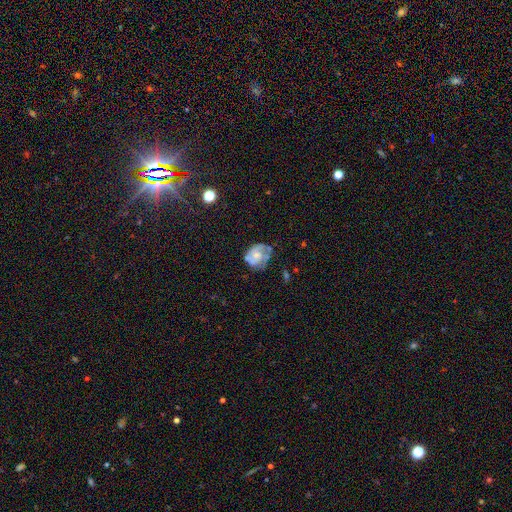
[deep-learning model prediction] A featured or disk galaxy (61%) with no bar (77%), spiral arms (67%) and a moderate central bulge (43%). Merging: none (50%).